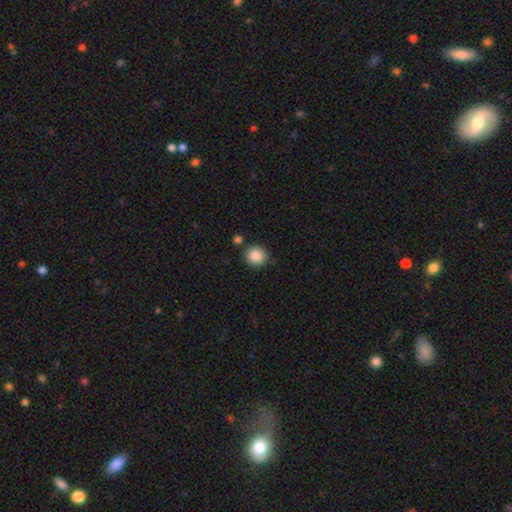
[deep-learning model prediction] Overall: smooth (87%). How rounded: round (91%). Merging: none (81%).